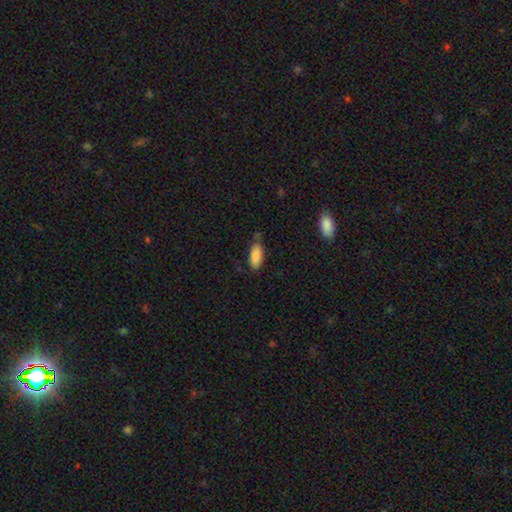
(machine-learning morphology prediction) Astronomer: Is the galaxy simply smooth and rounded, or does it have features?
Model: smooth — 85%.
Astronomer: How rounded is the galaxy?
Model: in between — 87%.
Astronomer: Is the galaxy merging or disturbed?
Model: none — 70%.